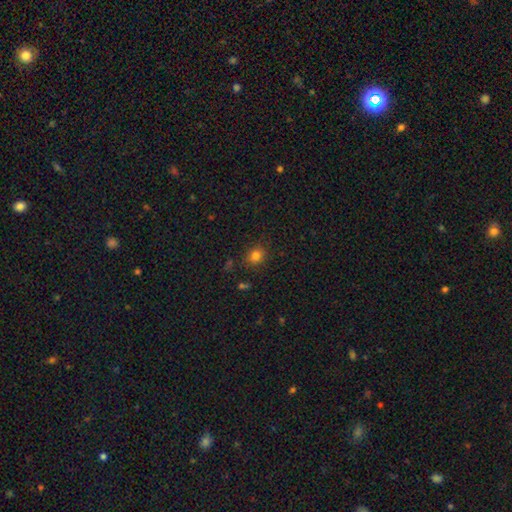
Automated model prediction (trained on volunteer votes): This appears to be a smooth galaxy with no disk features (81%) that is round (68%). Merging: none (84%).